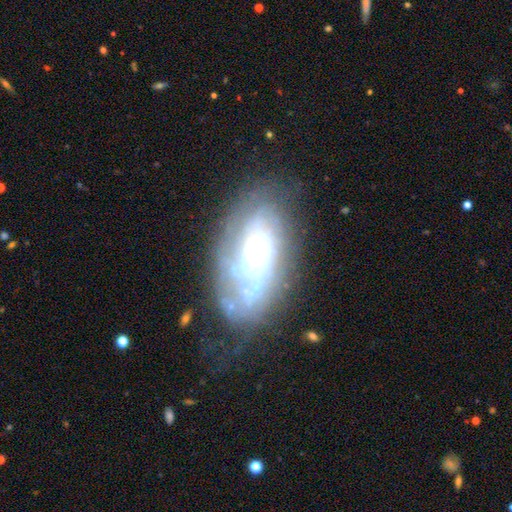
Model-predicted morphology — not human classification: This is likely a featured or disk galaxy (70%). It is clearly not viewed edge-on (93%). Bar: likely no (75%). Spiral arm pattern: likely yes (67%). Central bulge: marginally small (43%). Merging: possibly none (56%).